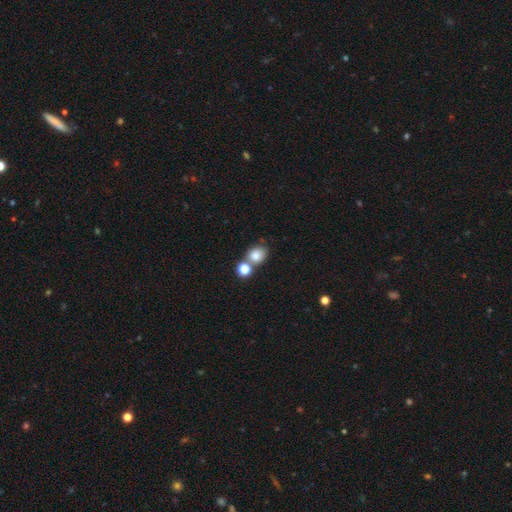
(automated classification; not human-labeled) This appears to be a smooth galaxy with no disk features (80%) that is round (53%). Merging: none (53%).